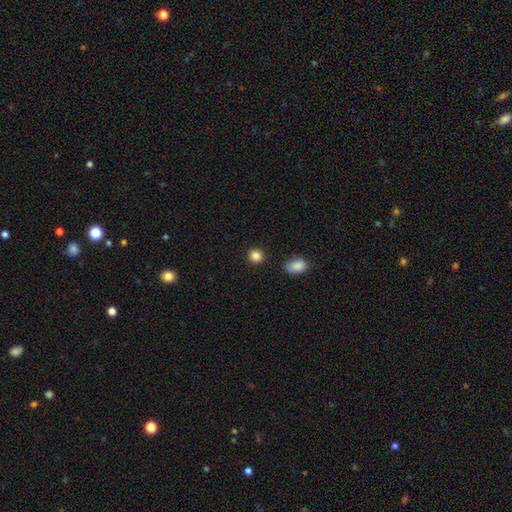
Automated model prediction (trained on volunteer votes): A smooth galaxy with no disk features (86%) that is round (89%).

Vote fractions:
- Smooth or featured? smooth: 86% / star or artifact: 11% / featured or disk: 4%
- How rounded? round: 89% / in between: 10% / cigar-shaped: 1%
- Merging? none: 88% / minor disturbance: 7% / merger: 3% / major disturbance: 2%